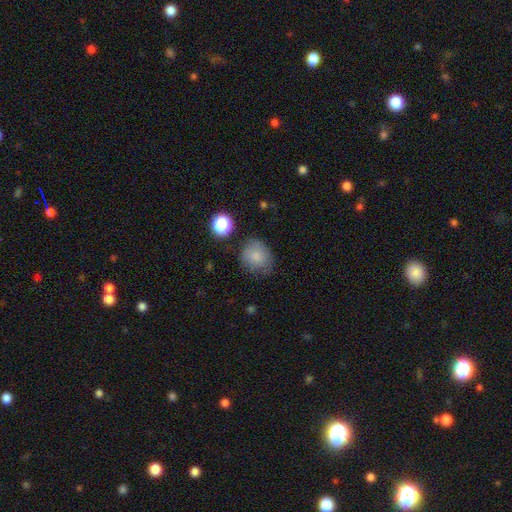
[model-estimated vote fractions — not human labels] Q: Smooth or featured?
A: smooth (79%); runner-up: star or artifact (11%)
Q: How rounded?
A: round (70%); runner-up: in between (29%)
Q: Merging?
A: none (64%); runner-up: minor disturbance (26%)